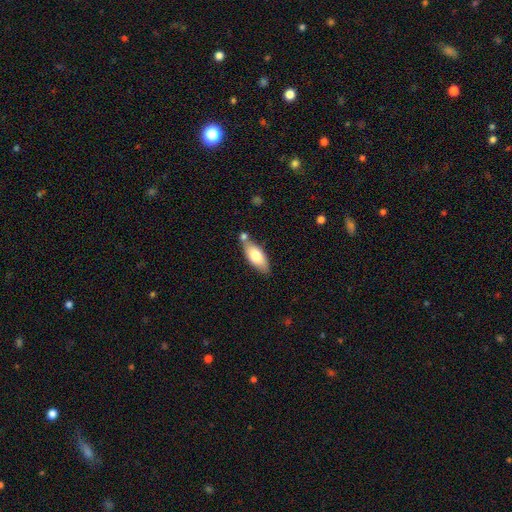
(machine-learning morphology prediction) This is likely a smooth galaxy (73%). How rounded: clearly in between (81%). Merging: likely none (62%).